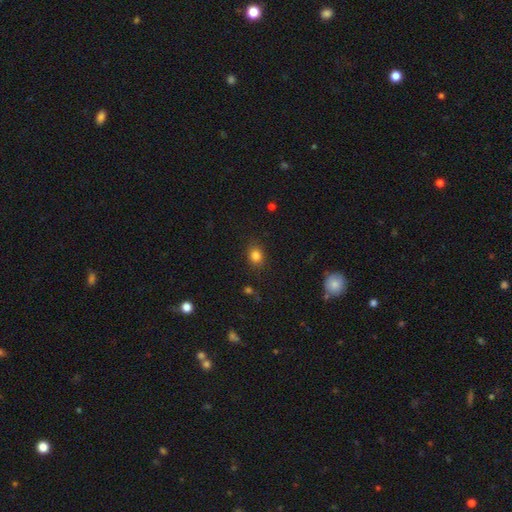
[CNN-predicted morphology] This is clearly a smooth galaxy (82%). How rounded: likely round (64%). Merging: clearly none (85%).